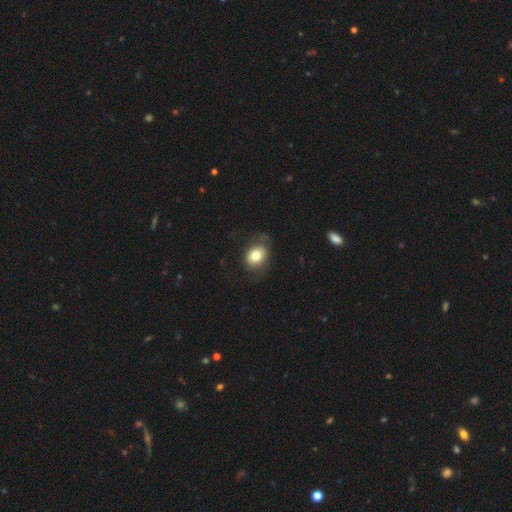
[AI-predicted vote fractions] A smooth galaxy with no disk features (74%) that is round (53%). Merging: none (66%).